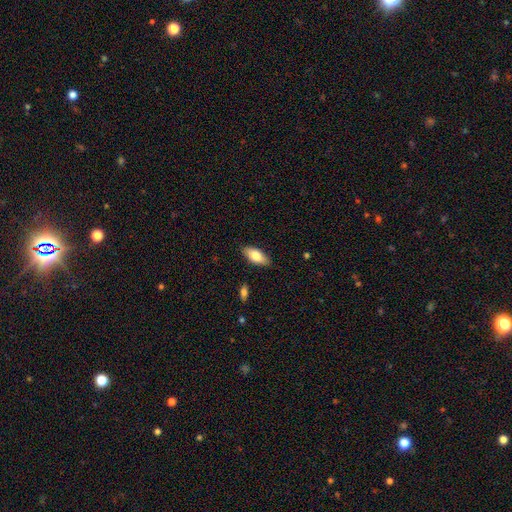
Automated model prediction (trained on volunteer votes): The model was most divided on "smooth or featured": smooth: 80%, featured or disk: 14%, star or artifact: 6%. More confident: how rounded — in between (89%); merging — none (86%).